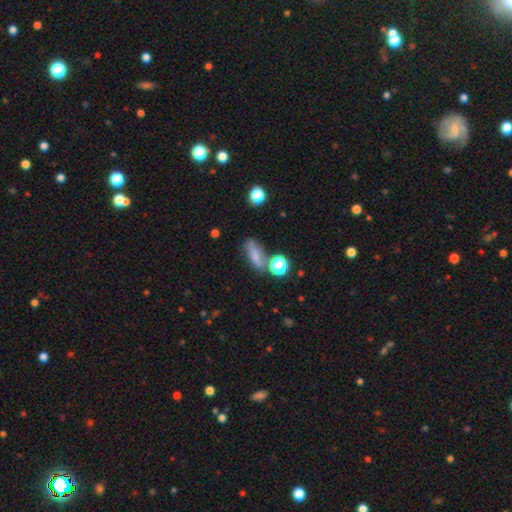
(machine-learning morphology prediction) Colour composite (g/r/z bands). It shows a smooth galaxy with no disk features (68%) that is in between round and cigar-shaped (55%). Merging: none (51%).